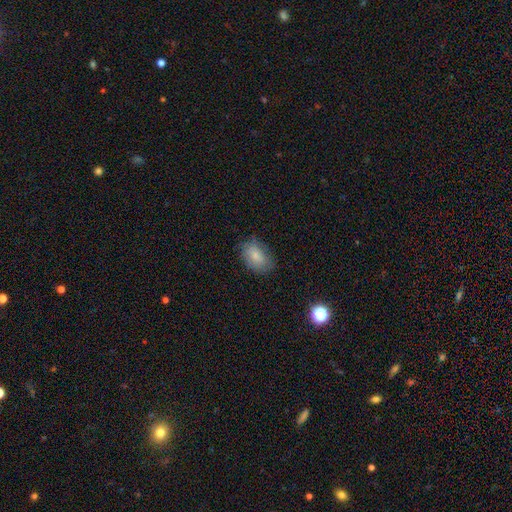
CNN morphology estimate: A smooth galaxy with no disk features (80%) that is in between round and cigar-shaped (84%).

Vote fractions:
- Smooth or featured? smooth: 80% / featured or disk: 11% / star or artifact: 8%
- How rounded? in between: 84% / round: 14% / cigar-shaped: 1%
- Merging? none: 74% / minor disturbance: 19% / major disturbance: 5% / merger: 1%